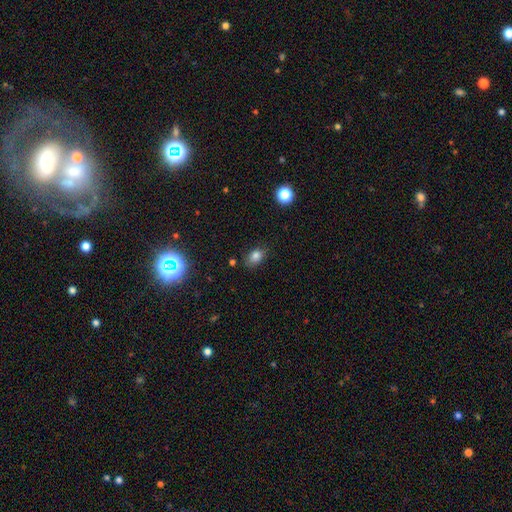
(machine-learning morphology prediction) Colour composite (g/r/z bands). It shows a smooth galaxy with no disk features (80%) that is in between round and cigar-shaped (77%). Merging: none (75%).